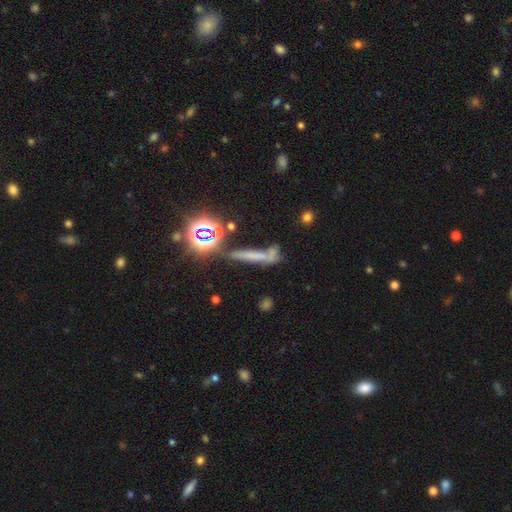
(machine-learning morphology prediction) Smooth or featured? smooth (43%)
Merging? none (53%)